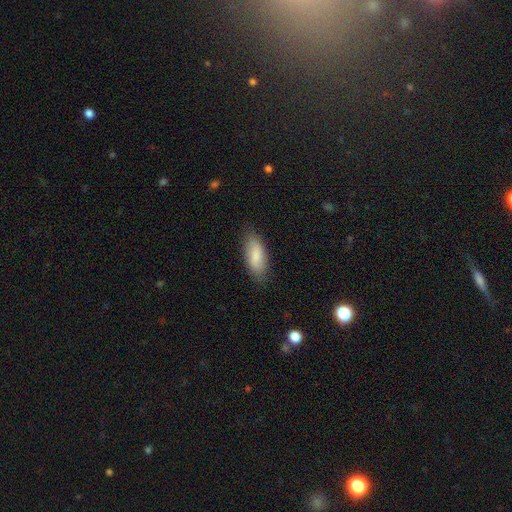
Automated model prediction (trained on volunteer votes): Overall: smooth (84%). How rounded: in between (78%). Merging: none (80%).